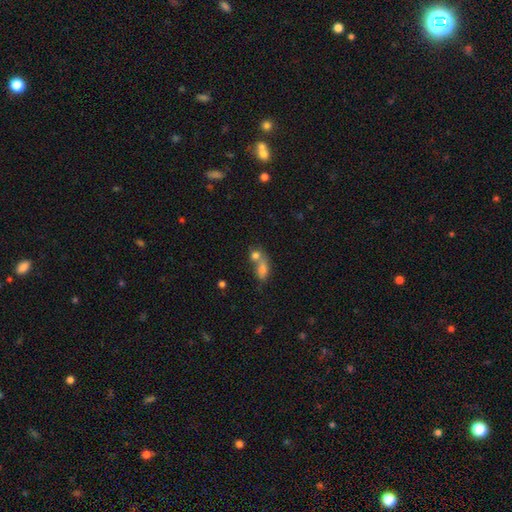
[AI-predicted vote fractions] smooth-or-featured: smooth: 60% | star or artifact: 23% | featured or disk: 17%
  how-rounded: in between: 55% | round: 39% | cigar-shaped: 6%
  merging: merger: 52% | none: 35% | minor disturbance: 8% | major disturbance: 6%